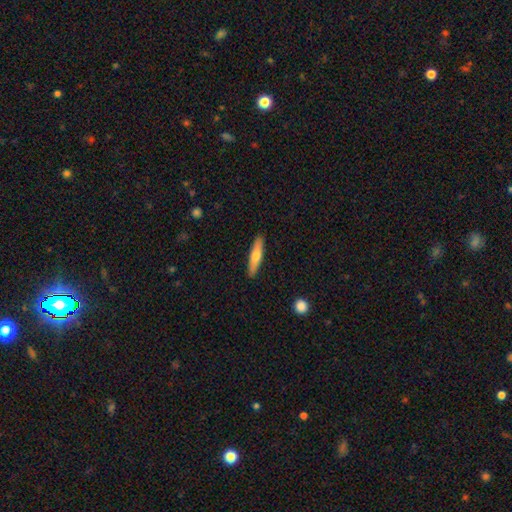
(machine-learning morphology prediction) Overall: smooth (60%; featured or disk 35%). How rounded: cigar-shaped (86%). Merging: none (91%).